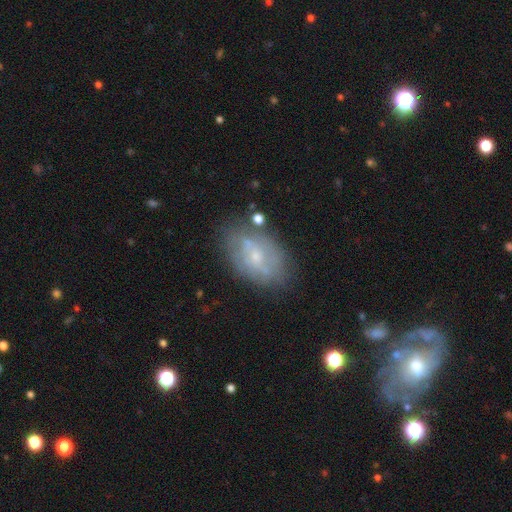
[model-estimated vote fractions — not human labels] smooth_or_featured: featured or disk (p=0.59) [alt: smooth p=0.32]
disk_edge_on: no (p=0.95) [alt: yes p=0.05]
bar: no (p=0.62) [alt: weak p=0.32]
has_spiral_arms: yes (p=0.56) [alt: no p=0.44]
bulge_size: small (p=0.65) [alt: moderate p=0.27]
merging: none (p=0.66) [alt: minor disturbance p=0.21]